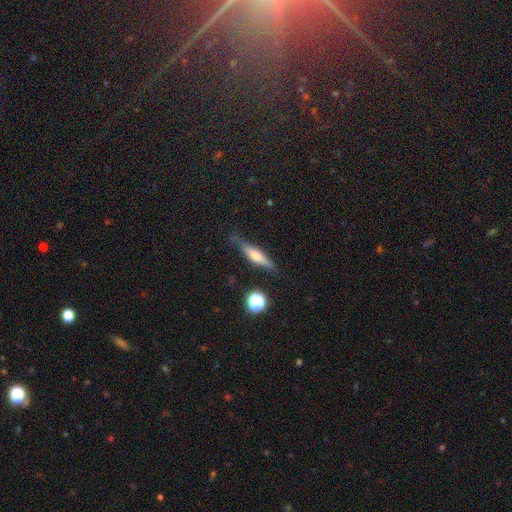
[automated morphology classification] Smooth or featured?
  - smooth: 48% *
  - featured or disk: 43%
  - star or artifact: 9%
Merging?
  - none: 74% *
  - minor disturbance: 18%
  - major disturbance: 5%
  - merger: 3%